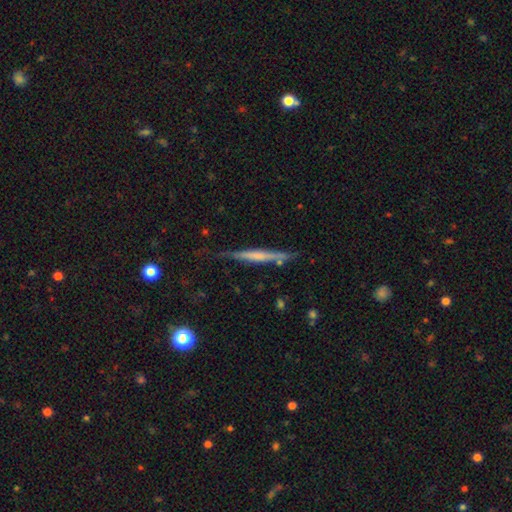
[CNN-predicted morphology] Smooth or featured? featured or disk (56%)
Edge-on disk? yes (96%)
Edge-on bulge? none (62%)
Merging? none (74%)